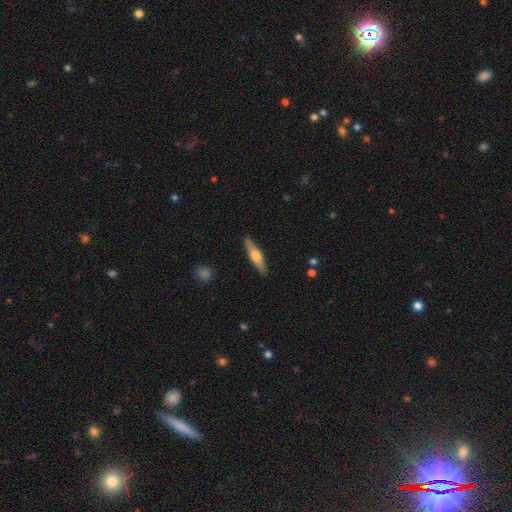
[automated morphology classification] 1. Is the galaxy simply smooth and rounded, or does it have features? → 49% featured or disk, 46% smooth, 5% star or artifact.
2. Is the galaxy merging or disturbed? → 89% none, 8% minor disturbance, 2% major disturbance, 1% merger.